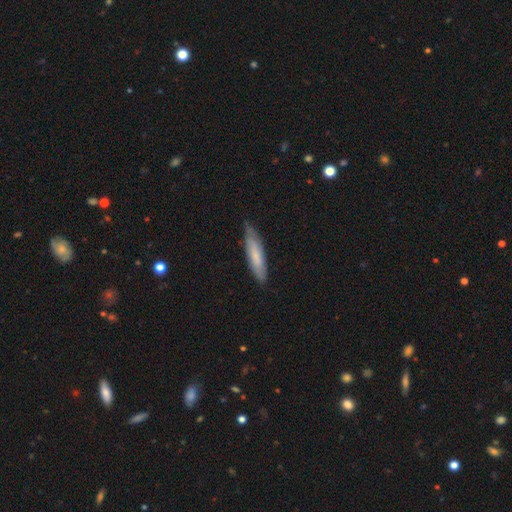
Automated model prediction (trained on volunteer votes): smooth-or-featured: smooth: 66% | featured or disk: 28% | star or artifact: 6%
  how-rounded: cigar-shaped: 78% | in between: 21% | round: 1%
  merging: none: 76% | minor disturbance: 20% | major disturbance: 3% | merger: 1%